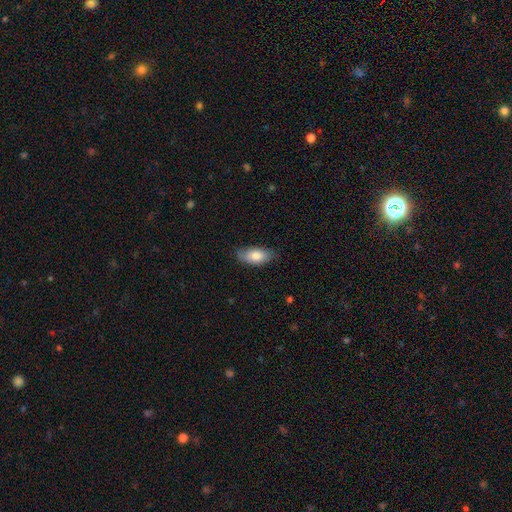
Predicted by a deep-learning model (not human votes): Overall: smooth (81%). How rounded: in between (89%). Merging: none (77%).